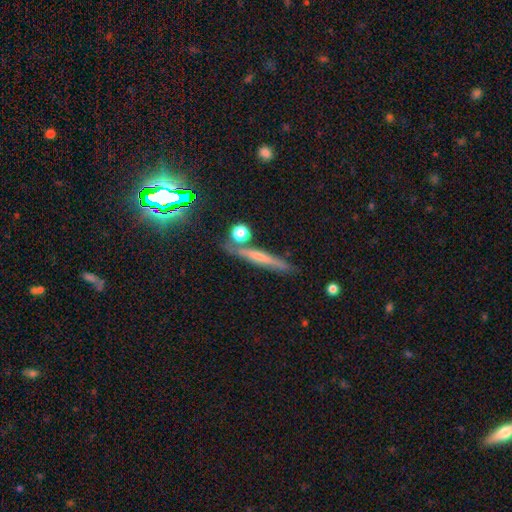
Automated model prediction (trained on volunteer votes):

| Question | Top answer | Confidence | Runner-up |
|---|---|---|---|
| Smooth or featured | smooth | 39% | featured or disk (38%) |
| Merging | none | 78% | minor disturbance (12%) |